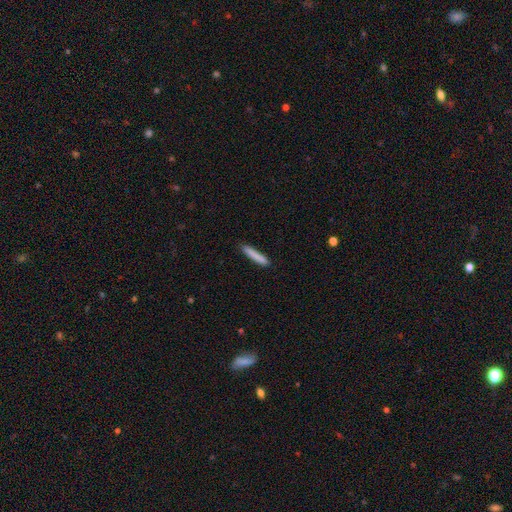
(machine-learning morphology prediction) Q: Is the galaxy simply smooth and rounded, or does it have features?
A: smooth — 84%.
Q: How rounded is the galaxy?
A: cigar-shaped — 93%.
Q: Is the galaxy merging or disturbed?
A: none — 88%.